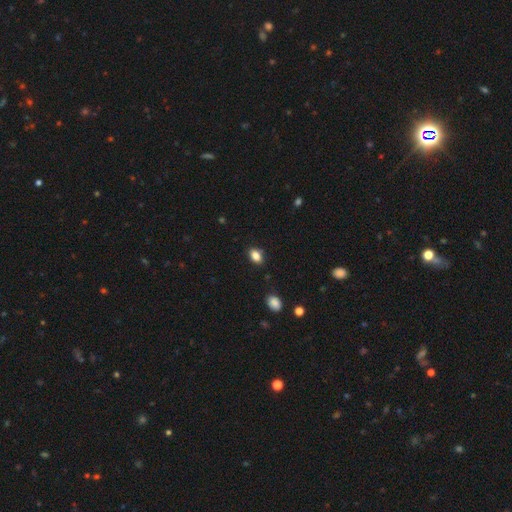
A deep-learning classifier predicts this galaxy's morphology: Q: Smooth or featured?
A: smooth (85%); runner-up: star or artifact (10%)
Q: How rounded?
A: in between (84%); runner-up: round (13%)
Q: Merging?
A: none (85%); runner-up: minor disturbance (11%)